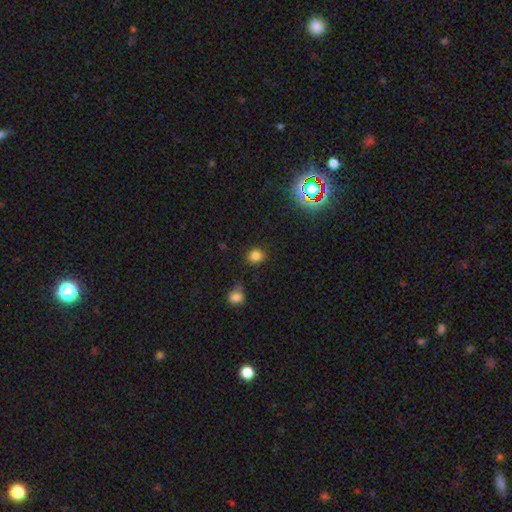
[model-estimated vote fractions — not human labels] The model was most divided on "how rounded": round: 82%, in between: 17%, cigar-shaped: 1%. More confident: merging — none (85%); smooth or featured — smooth (81%).